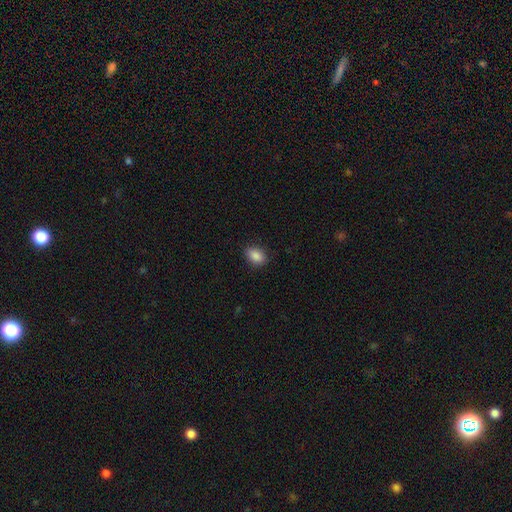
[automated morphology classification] smooth_or_featured: smooth (p=0.88) [alt: star or artifact p=0.08]
how_rounded: in between (p=0.83) [alt: round p=0.16]
merging: none (p=0.87) [alt: minor disturbance p=0.10]